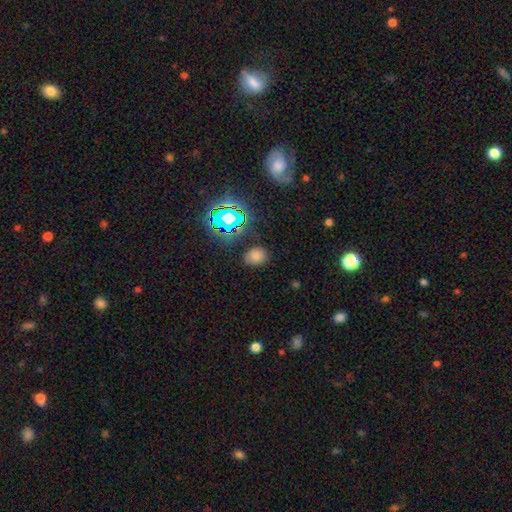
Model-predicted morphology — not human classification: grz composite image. It shows a smooth galaxy with no disk features (70%) that is in between round and cigar-shaped (63%). Merging: none (82%).